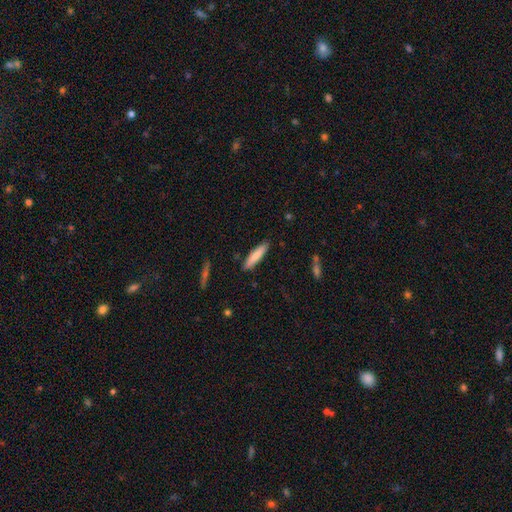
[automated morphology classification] This appears to be a smooth galaxy with no disk features (79%) that is cigar-shaped (80%). Merging: none (88%).